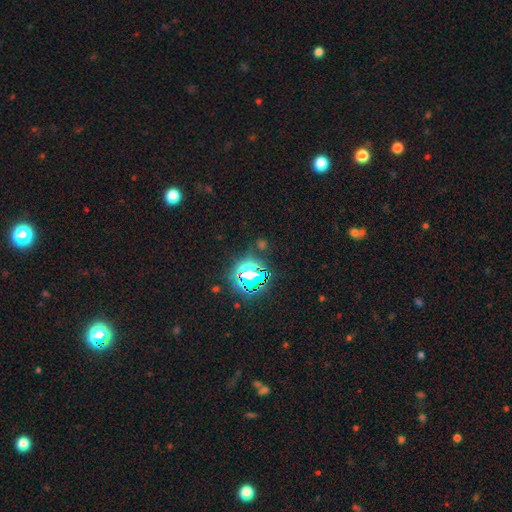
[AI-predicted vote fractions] Smooth or featured? Predicted: star or artifact (p=0.81).